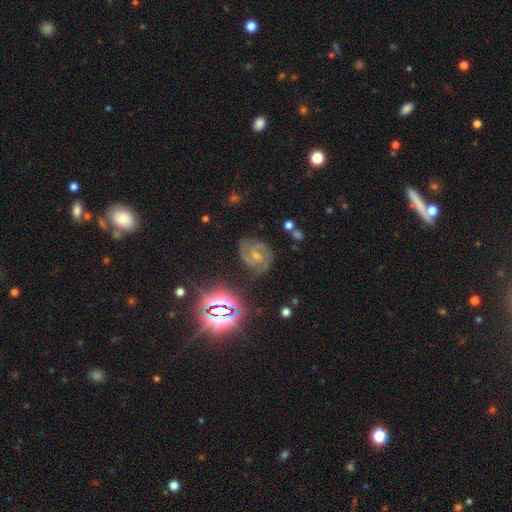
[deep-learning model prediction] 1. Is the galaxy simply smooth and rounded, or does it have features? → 77% featured or disk, 14% star or artifact, 9% smooth.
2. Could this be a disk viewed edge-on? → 98% no, 2% yes.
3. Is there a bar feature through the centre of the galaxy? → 54% no, 37% weak, 9% strong.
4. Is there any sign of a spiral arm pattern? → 96% yes, 4% no.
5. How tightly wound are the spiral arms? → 47% tight, 44% medium, 9% loose.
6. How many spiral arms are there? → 56% 2, 23% 3, 11% can't tell, 4% 4, 3% 1, 3% more than 4.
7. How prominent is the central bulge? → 59% small, 36% moderate, 3% none, 1% large, 1% dominant.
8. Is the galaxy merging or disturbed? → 73% none, 18% minor disturbance, 7% major disturbance, 2% merger.